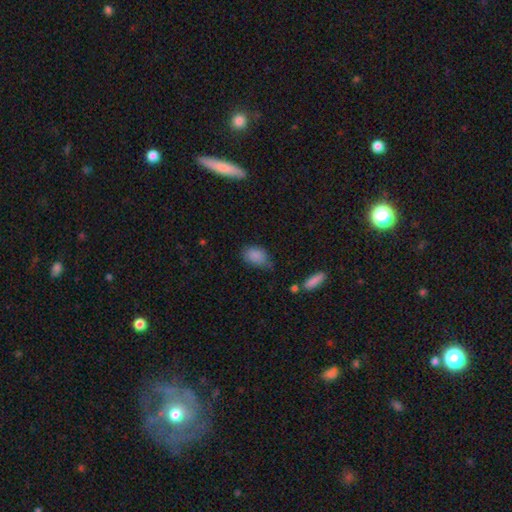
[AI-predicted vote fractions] A smooth galaxy with no disk features (86%) that is in between round and cigar-shaped (84%). Merging: none (61%).